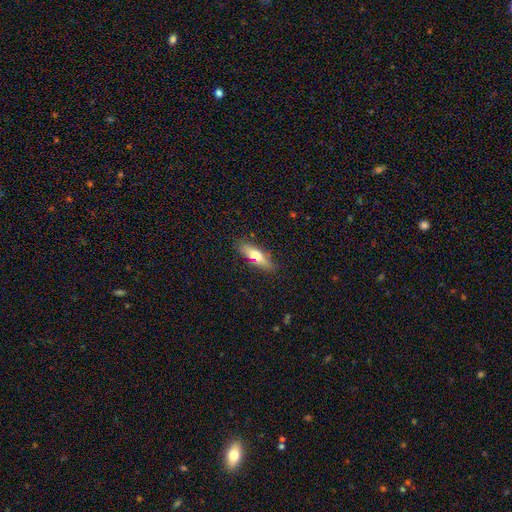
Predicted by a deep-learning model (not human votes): smooth_or_featured: smooth (p=0.65) [alt: featured or disk p=0.28]
how_rounded: cigar-shaped (p=0.51) [alt: in between p=0.46]
merging: none (p=0.84) [alt: minor disturbance p=0.12]